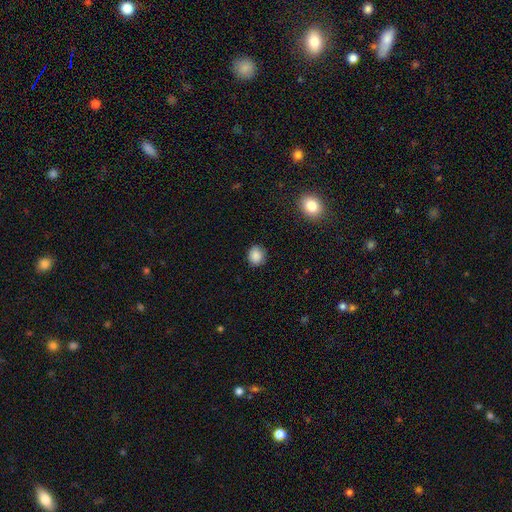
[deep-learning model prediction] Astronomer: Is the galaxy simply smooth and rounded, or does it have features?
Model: smooth — 87%.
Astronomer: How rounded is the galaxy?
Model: round — 75%.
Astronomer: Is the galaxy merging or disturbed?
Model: none — 86%.